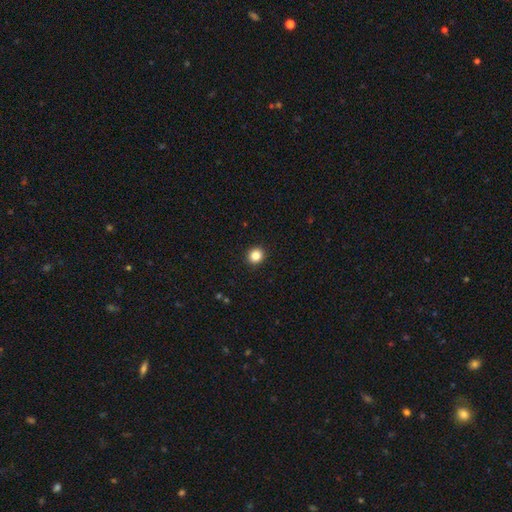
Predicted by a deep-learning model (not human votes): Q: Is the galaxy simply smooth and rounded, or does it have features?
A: smooth — 85%.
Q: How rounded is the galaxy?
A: round — 89%.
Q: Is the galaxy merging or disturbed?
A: none — 93%.